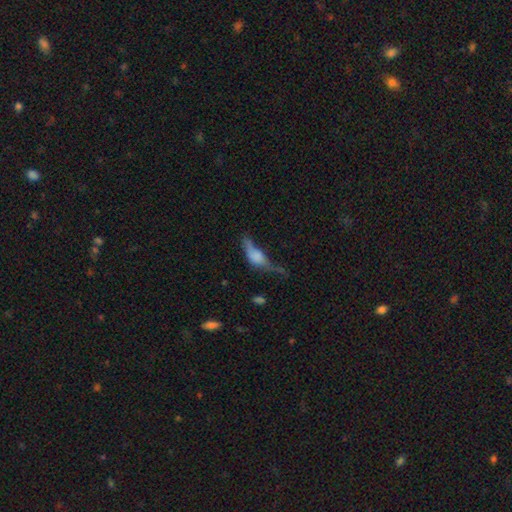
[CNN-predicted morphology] A smooth galaxy with no disk features (53%) that is in between round and cigar-shaped (68%). Merging: major disturbance (41%).